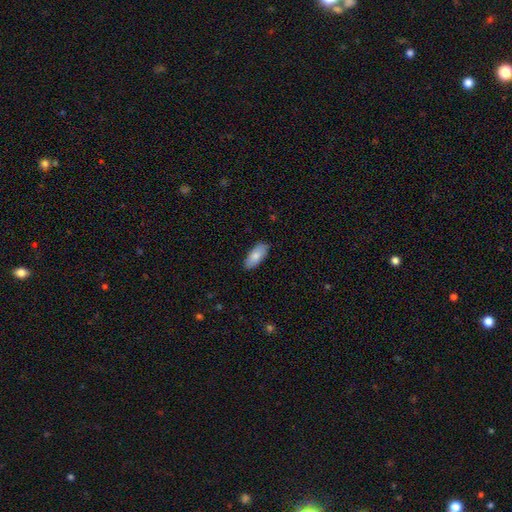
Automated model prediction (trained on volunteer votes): Smooth or featured: smooth — 82% (featured or disk — 12%)
How rounded: in between — 87% (cigar-shaped — 11%)
Merging: none — 86% (minor disturbance — 11%)